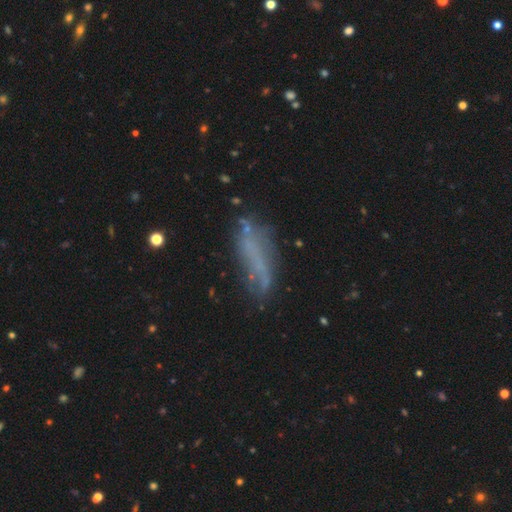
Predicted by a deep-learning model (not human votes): Smooth or featured?
  - smooth: 43% *
  - featured or disk: 42%
  - star or artifact: 16%
Merging?
  - none: 56% *
  - minor disturbance: 24%
  - major disturbance: 15%
  - merger: 4%